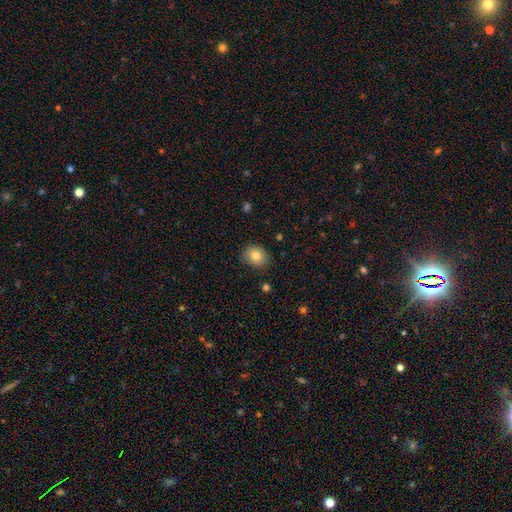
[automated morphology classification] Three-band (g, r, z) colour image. It shows a smooth galaxy with no disk features (83%) that is round (52%). Merging: none (85%).